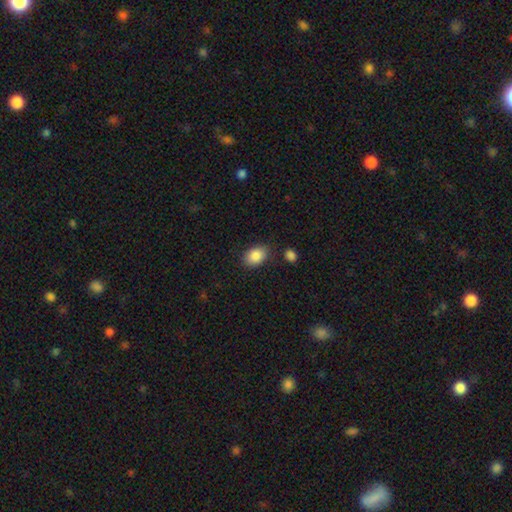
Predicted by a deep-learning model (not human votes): This is clearly a smooth galaxy (87%). How rounded: clearly in between (83%). Merging: clearly none (82%).